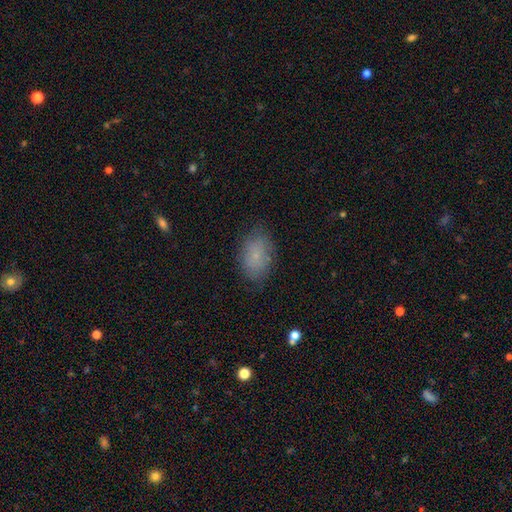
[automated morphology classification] type=smooth (80%); roundness=in between (87%); merging=none (78%).